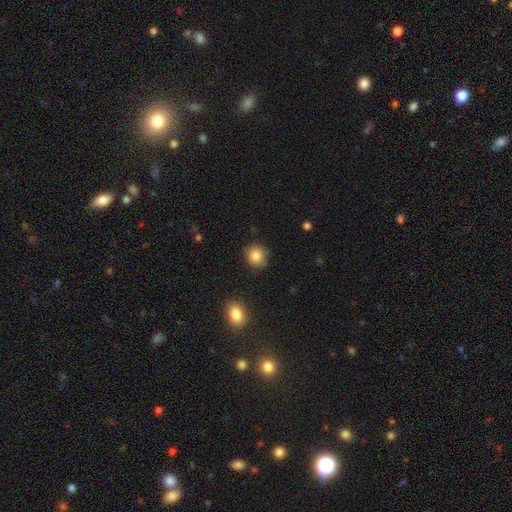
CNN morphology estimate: smooth-or-featured: smooth: 85% | star or artifact: 9% | featured or disk: 5%
  how-rounded: round: 84% | in between: 15% | cigar-shaped: 1%
  merging: none: 82% | minor disturbance: 14% | major disturbance: 3% | merger: 2%